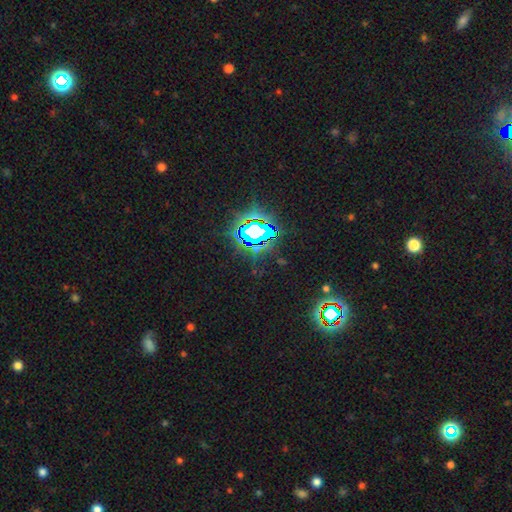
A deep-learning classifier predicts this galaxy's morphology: Overall: star or artifact (79%).